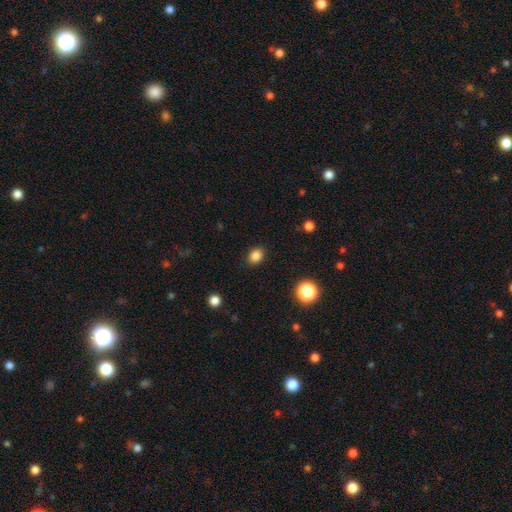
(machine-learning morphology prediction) smooth-or-featured: smooth: 85% | star or artifact: 12% | featured or disk: 4%
  how-rounded: round: 51% | in between: 48% | cigar-shaped: 1%
  merging: none: 88% | minor disturbance: 8% | major disturbance: 2% | merger: 1%